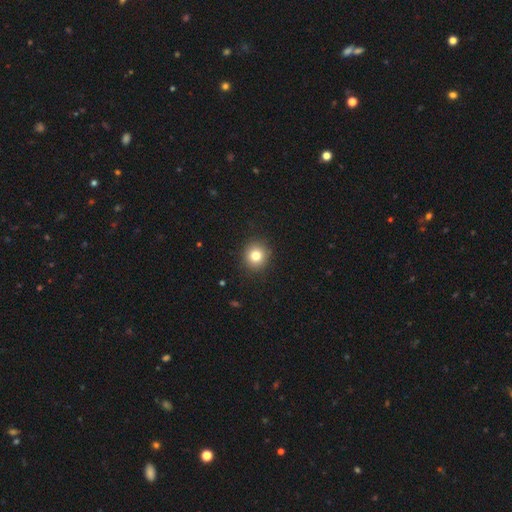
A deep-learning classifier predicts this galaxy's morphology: A smooth galaxy with no disk features (81%) that is round (89%).

Vote fractions:
- Smooth or featured? smooth: 81% / star or artifact: 12% / featured or disk: 7%
- How rounded? round: 89% / in between: 10% / cigar-shaped: 1%
- Merging? none: 91% / minor disturbance: 6% / major disturbance: 2% / merger: 1%